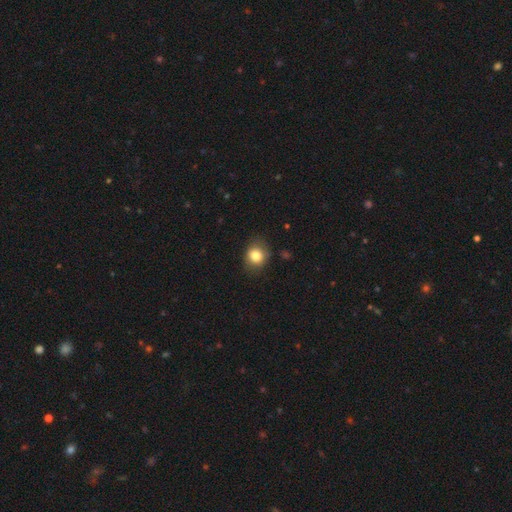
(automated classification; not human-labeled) Overall: smooth (82%). How rounded: round (65%; in between 34%). Merging: none (78%).